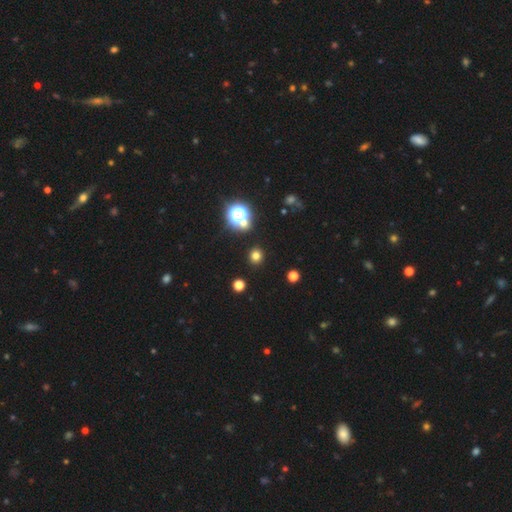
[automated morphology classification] This is likely a smooth galaxy (72%). How rounded: clearly round (89%). Merging: clearly none (89%).